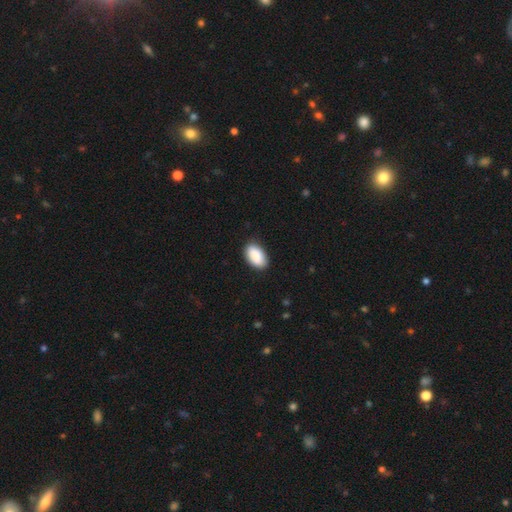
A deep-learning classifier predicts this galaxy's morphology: smooth-or-featured: smooth: 91% | star or artifact: 6% | featured or disk: 3%
  how-rounded: in between: 94% | round: 4% | cigar-shaped: 2%
  merging: none: 86% | minor disturbance: 11% | major disturbance: 2% | merger: 1%